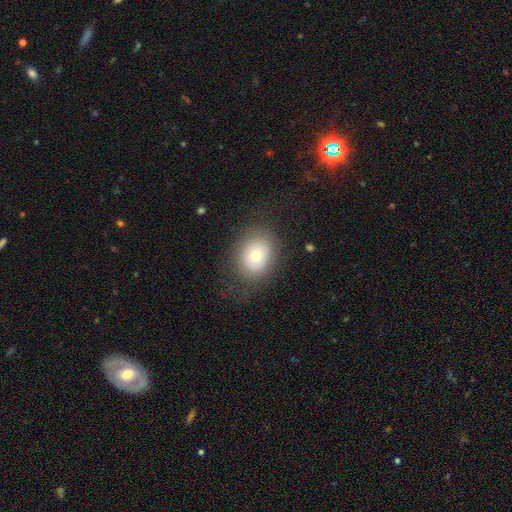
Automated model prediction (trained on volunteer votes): smooth-or-featured: smooth: 70% | featured or disk: 19% | star or artifact: 11%
  how-rounded: round: 57% | in between: 42% | cigar-shaped: 1%
  merging: none: 76% | minor disturbance: 14% | major disturbance: 8% | merger: 1%